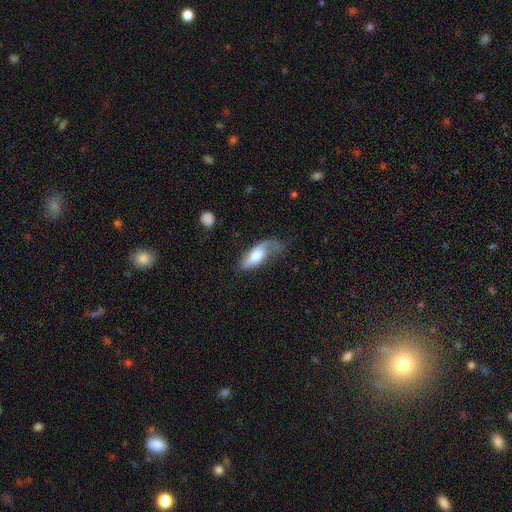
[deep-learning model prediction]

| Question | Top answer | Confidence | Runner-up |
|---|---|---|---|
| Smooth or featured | featured or disk | 51% | smooth (43%) |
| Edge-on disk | no | 82% | yes (18%) |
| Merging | none | 37% | major disturbance (32%) |